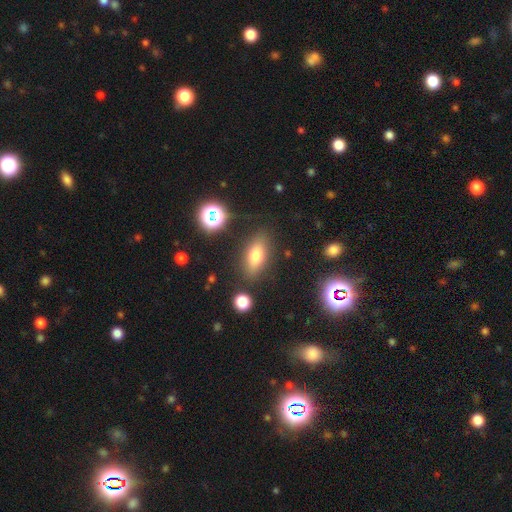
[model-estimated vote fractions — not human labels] Smooth or featured: smooth — 74% (featured or disk — 16%)
How rounded: in between — 77% (cigar-shaped — 16%)
Merging: none — 81% (minor disturbance — 12%)